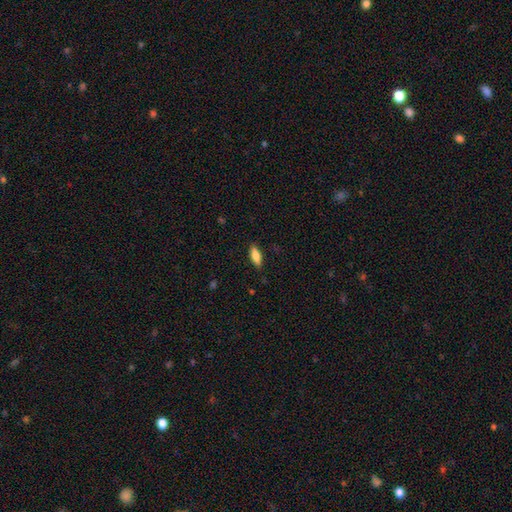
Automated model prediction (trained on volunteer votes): A smooth galaxy with no disk features (79%) that is in between round and cigar-shaped (68%). Merging: none (87%).